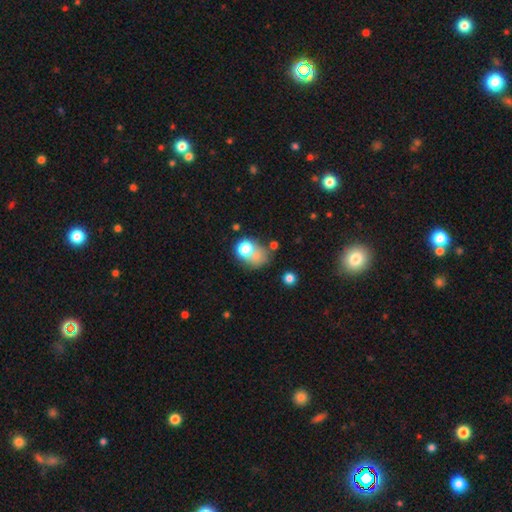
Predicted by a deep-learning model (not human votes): smooth-or-featured: smooth: 67% | featured or disk: 18% | star or artifact: 15%
  how-rounded: round: 53% | in between: 46% | cigar-shaped: 1%
  merging: none: 32% | merger: 30% | major disturbance: 21% | minor disturbance: 17%